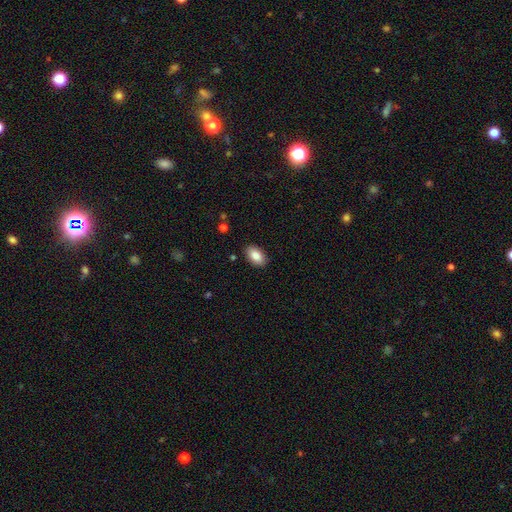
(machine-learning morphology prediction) The model was most divided on "smooth or featured": smooth: 86%, featured or disk: 7%, star or artifact: 7%. More confident: how rounded — in between (92%); merging — none (88%).